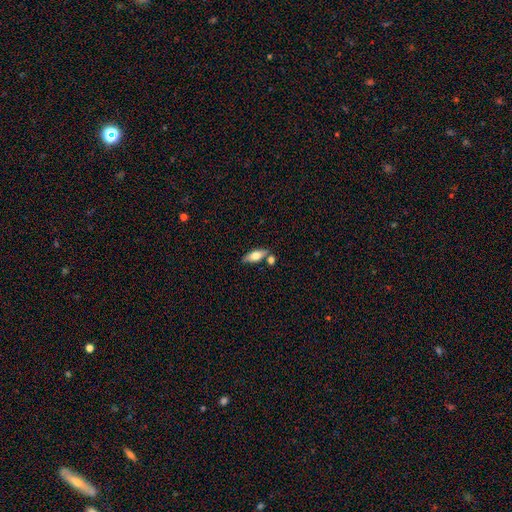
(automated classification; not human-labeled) Morphology: type=smooth (65%); roundness=in between (72%); merging=none (71%).